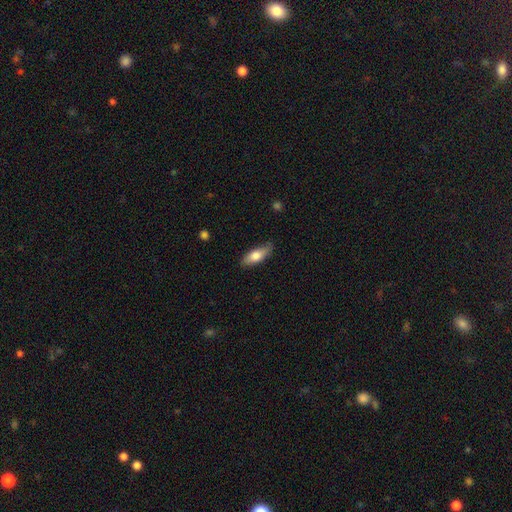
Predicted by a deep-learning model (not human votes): This is likely a smooth galaxy (73%). How rounded: likely in between (66%). Merging: likely none (76%).